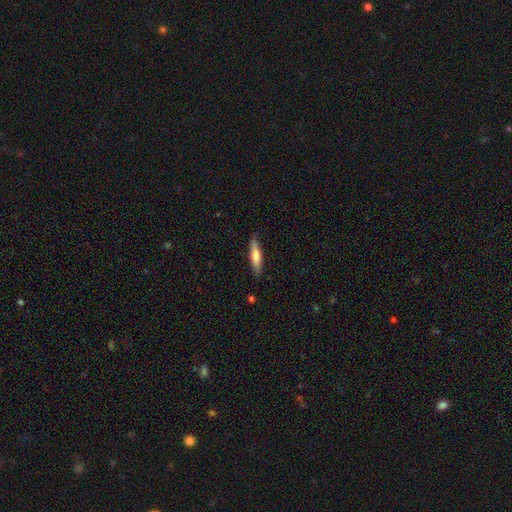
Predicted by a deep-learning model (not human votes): A smooth galaxy with no disk features (67%) that is cigar-shaped (79%).

Vote fractions:
- Smooth or featured? smooth: 67% / featured or disk: 28% / star or artifact: 6%
- How rounded? cigar-shaped: 79% / in between: 19% / round: 1%
- Merging? none: 85% / minor disturbance: 12% / major disturbance: 2% / merger: 1%